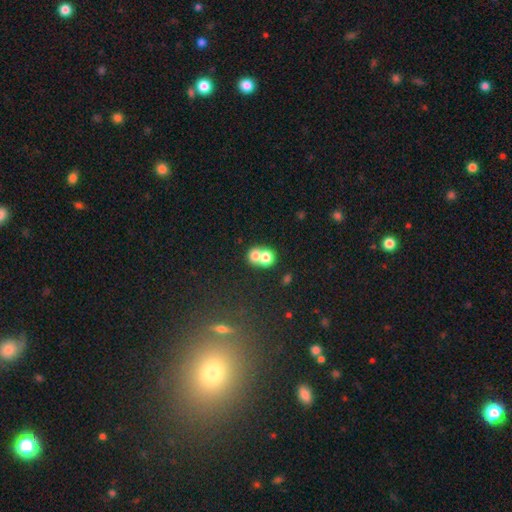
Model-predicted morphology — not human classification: type=smooth (71%); roundness=round (71%); merging=merger (61%).